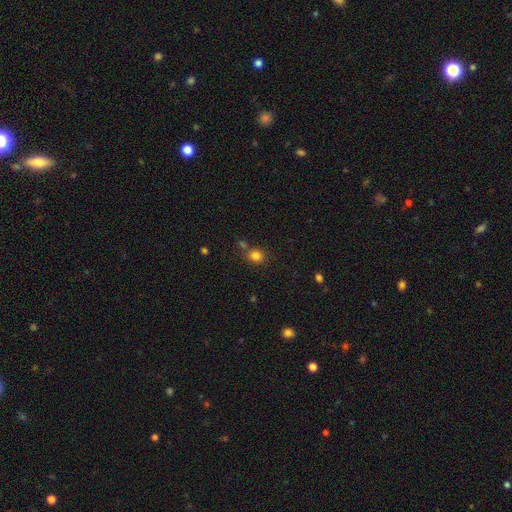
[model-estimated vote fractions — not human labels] smooth_or_featured: smooth (p=0.81) [alt: star or artifact p=0.13]
how_rounded: round (p=0.77) [alt: in between p=0.22]
merging: none (p=0.70) [alt: merger p=0.15]